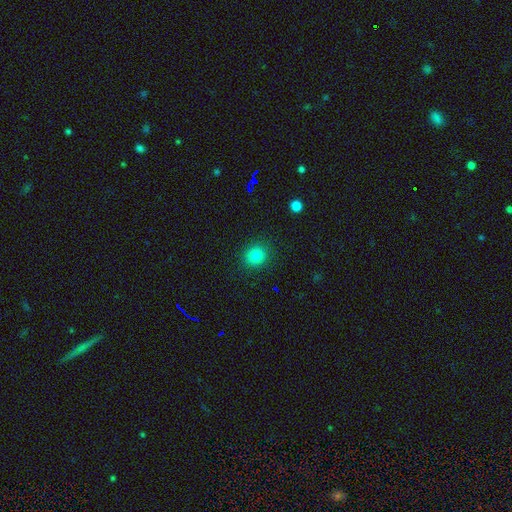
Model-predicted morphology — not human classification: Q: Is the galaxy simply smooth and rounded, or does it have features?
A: smooth — 82%.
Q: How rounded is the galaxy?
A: round — 83%.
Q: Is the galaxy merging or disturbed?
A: none — 90%.